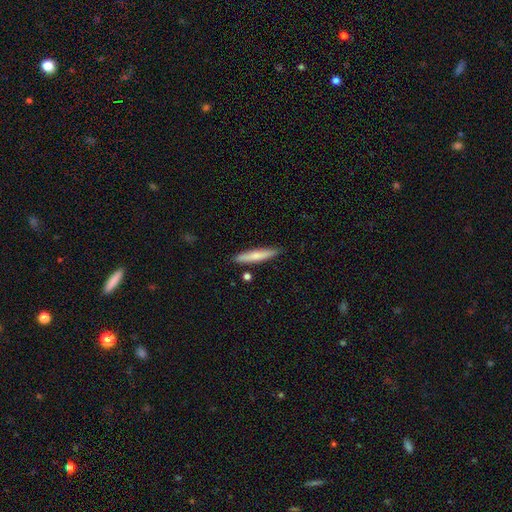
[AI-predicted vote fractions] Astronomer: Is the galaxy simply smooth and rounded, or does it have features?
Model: smooth — 68%.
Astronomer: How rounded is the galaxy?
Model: cigar-shaped — 91%.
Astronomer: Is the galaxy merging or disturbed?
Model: none — 86%.